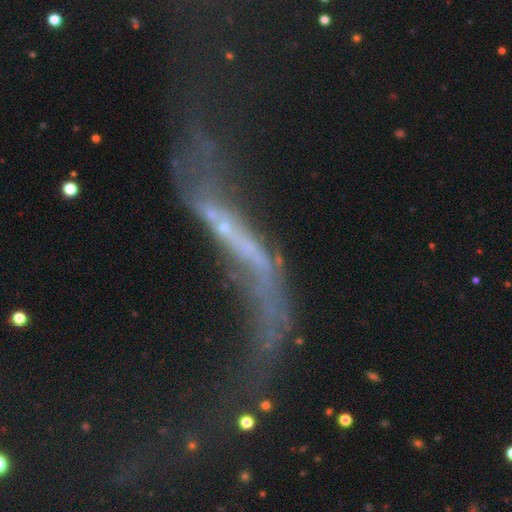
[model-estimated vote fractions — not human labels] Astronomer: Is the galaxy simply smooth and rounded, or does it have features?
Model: featured or disk — 67%.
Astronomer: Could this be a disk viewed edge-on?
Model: no — 64%.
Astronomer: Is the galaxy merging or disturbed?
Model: major disturbance — 39% (runner-up: merger, 25%).